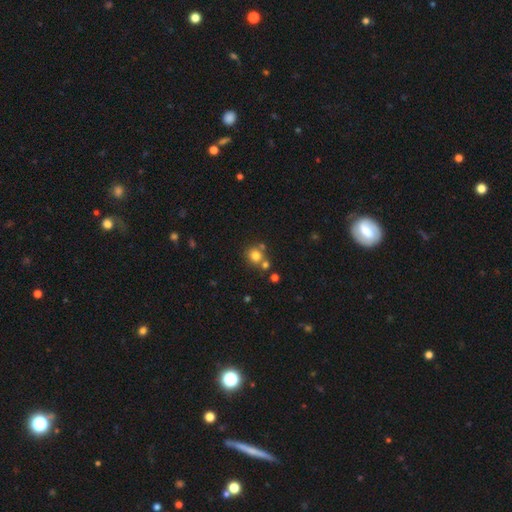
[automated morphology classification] A smooth galaxy with no disk features (78%) that is round (86%). Merging: none (62%).